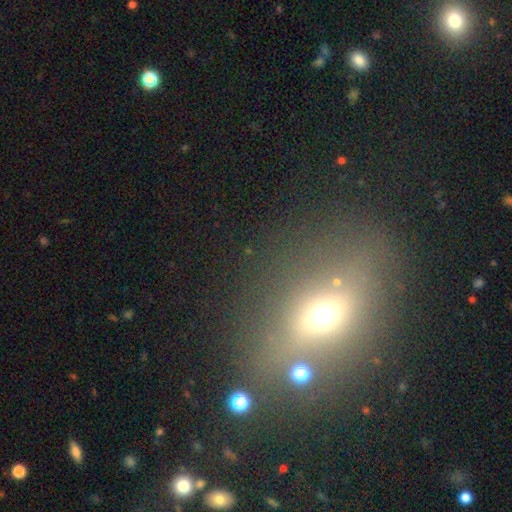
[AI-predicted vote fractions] The model was most divided on "smooth or featured": smooth: 47%, star or artifact: 27%, featured or disk: 26%. More confident: merging — none (71%).